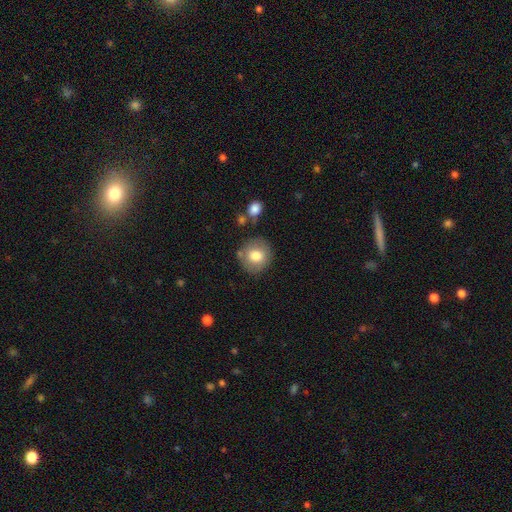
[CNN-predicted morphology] A smooth galaxy with no disk features (76%) that is round (90%). Merging: none (78%).